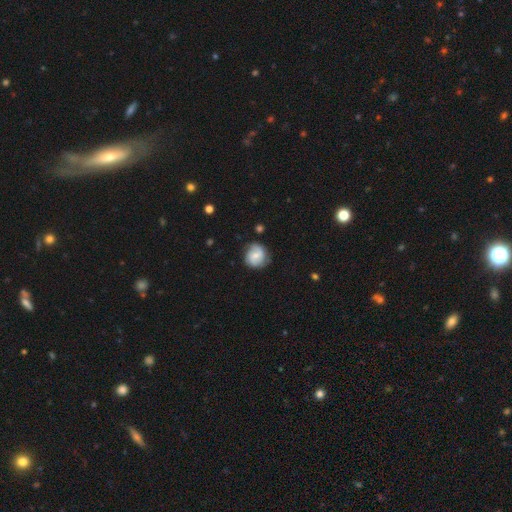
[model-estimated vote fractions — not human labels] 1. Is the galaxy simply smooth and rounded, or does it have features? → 50% featured or disk, 43% smooth, 7% star or artifact.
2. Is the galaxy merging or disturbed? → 73% none, 20% minor disturbance, 6% major disturbance, 2% merger.